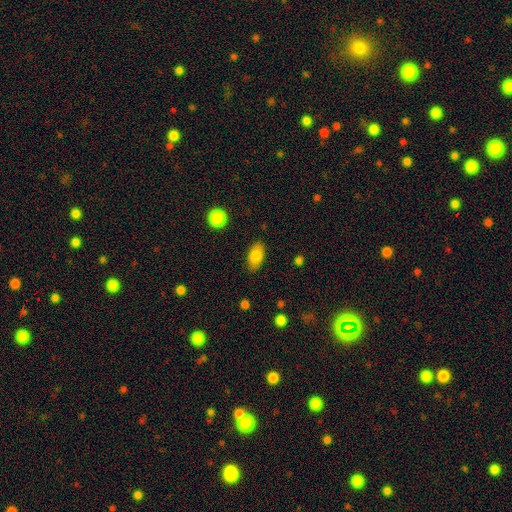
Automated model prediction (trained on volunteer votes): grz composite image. It shows a smooth galaxy with no disk features (83%) that is in between round and cigar-shaped (92%). Merging: none (85%).